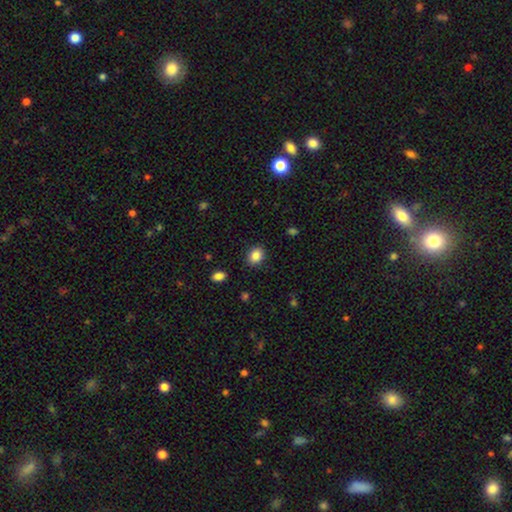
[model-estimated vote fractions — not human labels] This is clearly a smooth galaxy (86%). How rounded: possibly in between (55%). Merging: clearly none (88%).